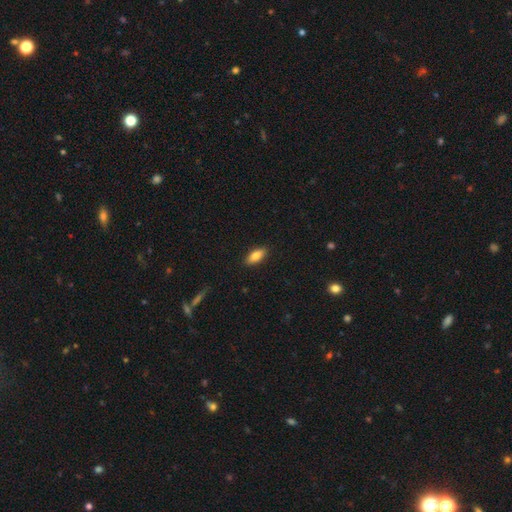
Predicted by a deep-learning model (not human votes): This appears to be a smooth galaxy with no disk features (79%) that is in between round and cigar-shaped (80%). Merging: none (89%).